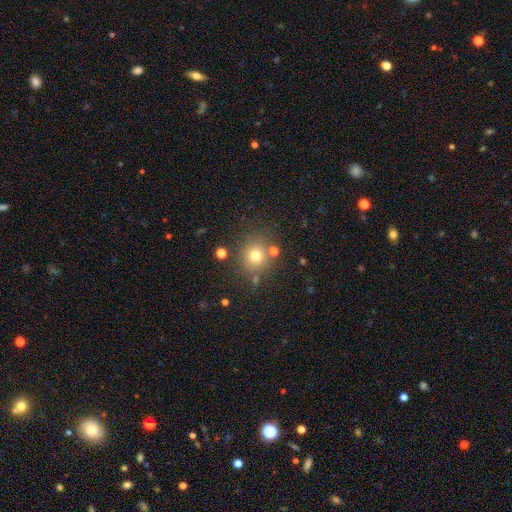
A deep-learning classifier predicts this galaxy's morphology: A smooth galaxy with no disk features (73%) that is round (91%). Merging: none (80%).